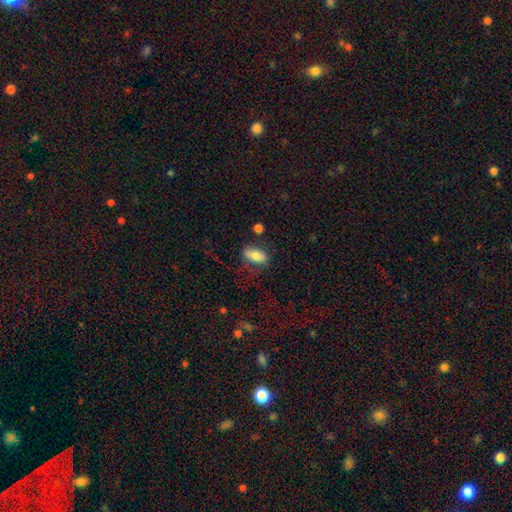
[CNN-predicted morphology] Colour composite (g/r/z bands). It shows a smooth galaxy with no disk features (78%) that is in between round and cigar-shaped (87%). Merging: none (70%).